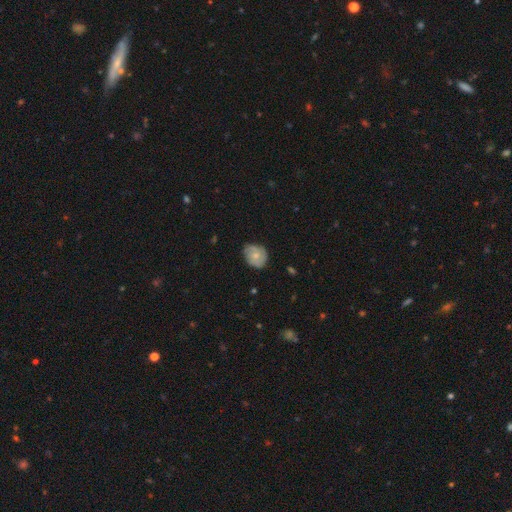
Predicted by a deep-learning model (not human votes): Q: Smooth or featured?
A: smooth (55%); runner-up: featured or disk (38%)
Q: How rounded?
A: round (57%); runner-up: in between (42%)
Q: Merging?
A: none (68%); runner-up: minor disturbance (26%)